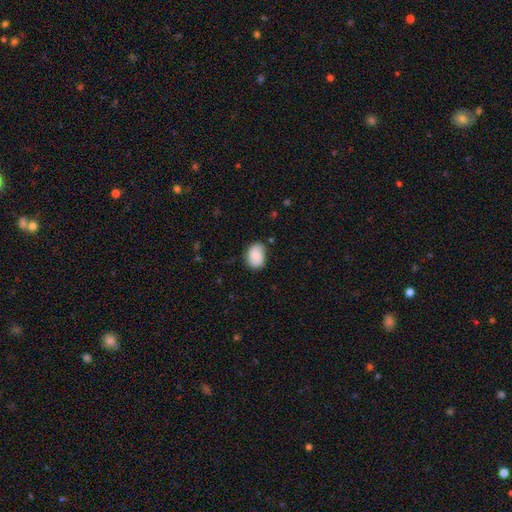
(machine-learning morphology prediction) A smooth galaxy with no disk features (78%) that is in between round and cigar-shaped (71%).

Vote fractions:
- Smooth or featured? smooth: 78% / featured or disk: 14% / star or artifact: 8%
- How rounded? in between: 71% / round: 28% / cigar-shaped: 1%
- Merging? none: 72% / minor disturbance: 22% / major disturbance: 5% / merger: 2%